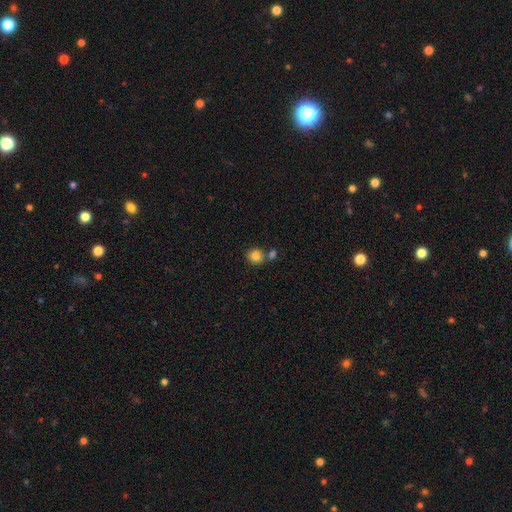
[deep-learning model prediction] Overall: smooth (85%). How rounded: round (78%). Merging: none (61%; merger 26%).